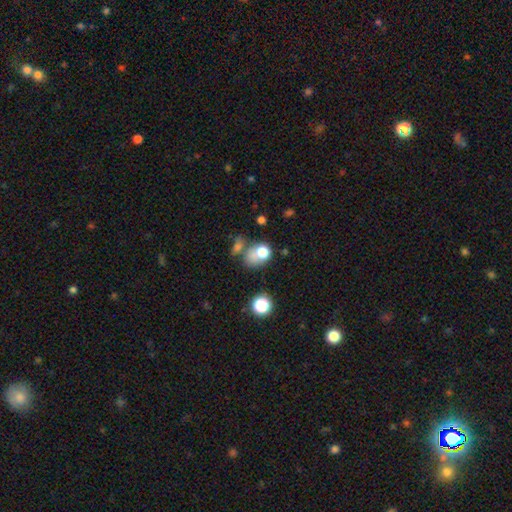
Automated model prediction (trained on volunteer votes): Smooth or featured? Predicted: smooth (p=0.71). How rounded? Predicted: round (p=0.53). Merging? Predicted: none (p=0.35).